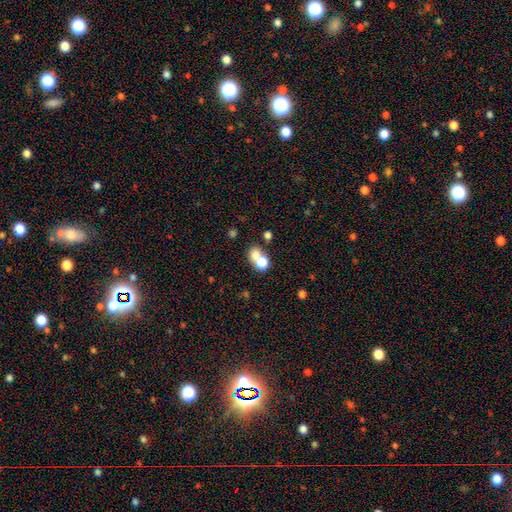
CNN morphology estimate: Smooth or featured?
  - smooth: 71% *
  - featured or disk: 14%
  - star or artifact: 14%
How rounded?
  - round: 67% *
  - in between: 31%
  - cigar-shaped: 1%
Merging?
  - merger: 57% *
  - none: 33%
  - minor disturbance: 6%
  - major disturbance: 4%